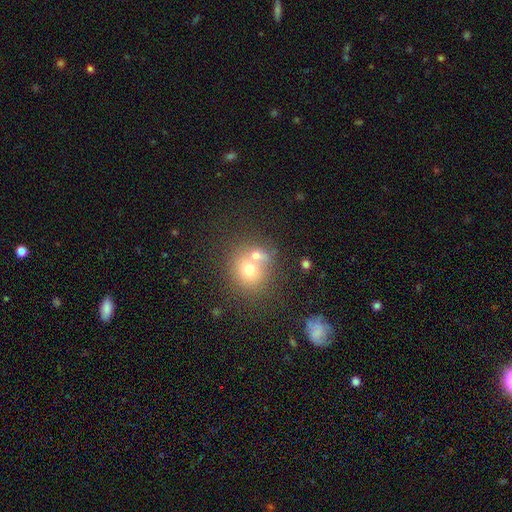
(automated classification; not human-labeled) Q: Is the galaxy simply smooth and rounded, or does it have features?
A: smooth — 68%.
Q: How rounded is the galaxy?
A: round — 75%.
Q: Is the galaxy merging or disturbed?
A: merger — 54%.